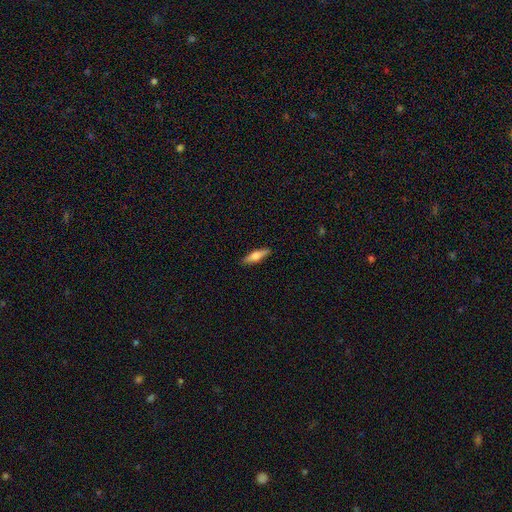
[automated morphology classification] This is possibly a smooth galaxy (59%). How rounded: likely cigar-shaped (62%). Merging: clearly none (89%).